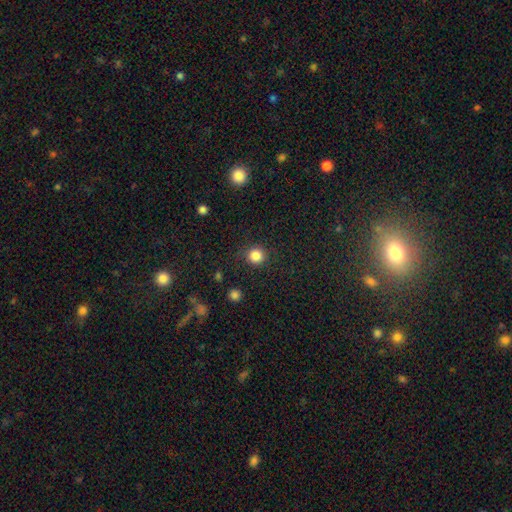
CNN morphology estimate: Q: Smooth or featured?
A: smooth (84%); runner-up: star or artifact (12%)
Q: How rounded?
A: round (92%); runner-up: in between (7%)
Q: Merging?
A: none (88%); runner-up: minor disturbance (8%)